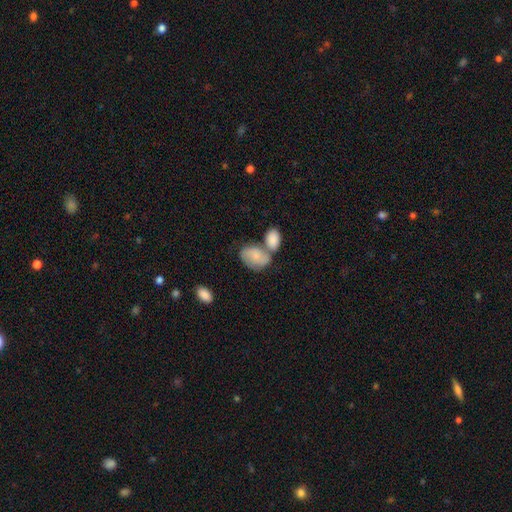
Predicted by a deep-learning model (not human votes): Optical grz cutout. It shows a smooth galaxy with no disk features (70%) that is in between round and cigar-shaped (87%). Merging: merger (52%).